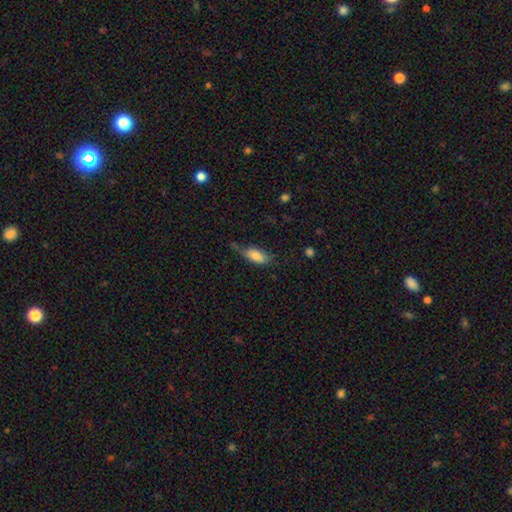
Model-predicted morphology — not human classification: type=smooth (78%); roundness=in between (84%); merging=none (42%).